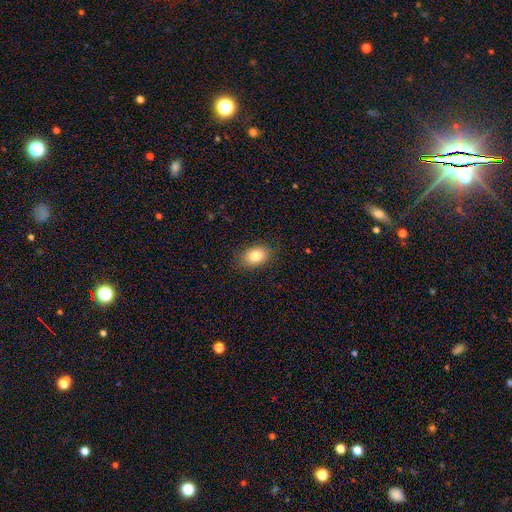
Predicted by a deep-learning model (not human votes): This is clearly a smooth galaxy (83%). How rounded: likely in between (74%). Merging: clearly none (85%).